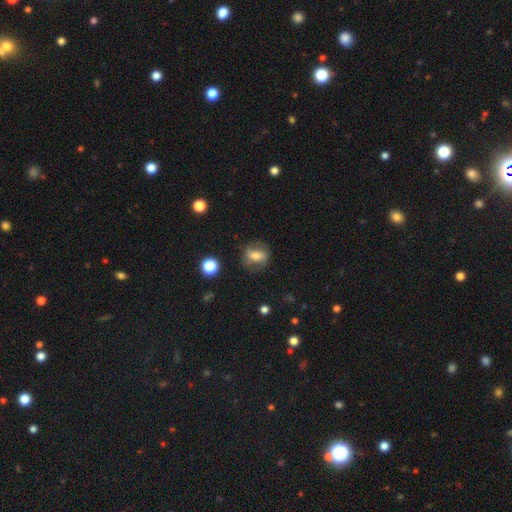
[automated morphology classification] Overall: featured or disk (48%; smooth 43%). Merging: none (72%).